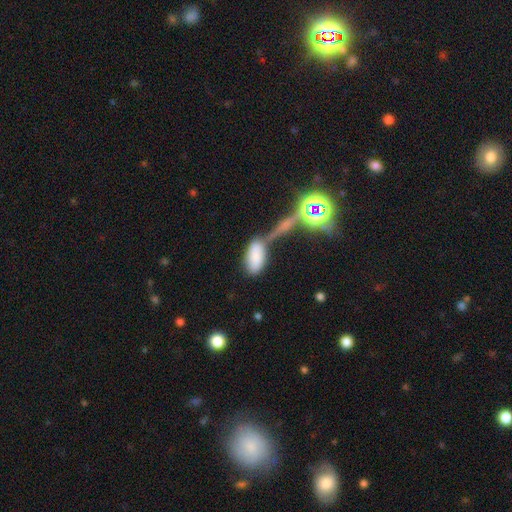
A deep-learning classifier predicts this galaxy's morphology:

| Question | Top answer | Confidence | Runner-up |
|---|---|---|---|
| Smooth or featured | smooth | 79% | star or artifact (10%) |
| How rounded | in between | 91% | cigar-shaped (6%) |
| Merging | none | 42% | merger (34%) |